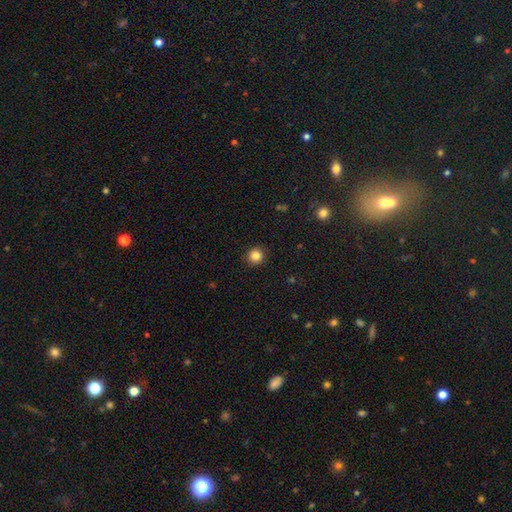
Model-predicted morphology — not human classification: This is clearly a smooth galaxy (84%). How rounded: clearly round (92%). Merging: clearly none (91%).